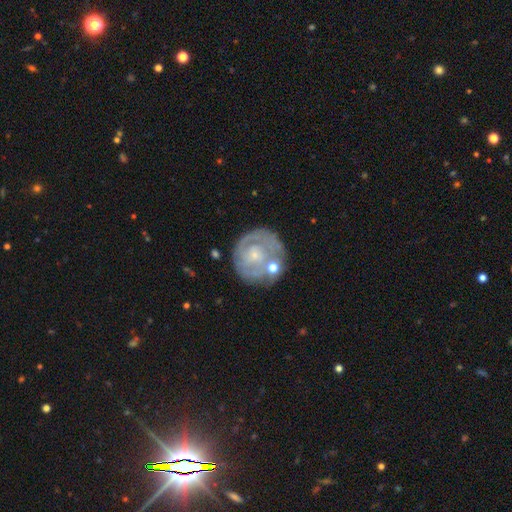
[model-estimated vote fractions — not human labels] featured or disk 73%, smooth 21%, star or artifact 6%. Down the decision tree: edge-on disk — no (98%); bar — no (77%); spiral arms — yes (77%); spiral arm count — can't tell (44%); spiral winding — tight (71%); bulge size — small (77%); merging — none (64%).